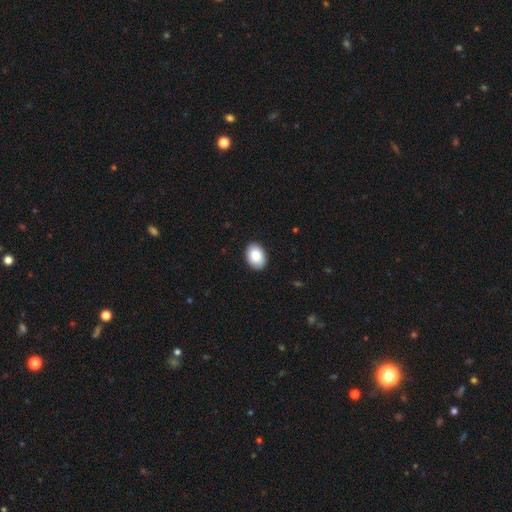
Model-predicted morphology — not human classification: Smooth or featured?
  - smooth: 86% *
  - featured or disk: 8%
  - star or artifact: 7%
How rounded?
  - in between: 82% *
  - round: 17%
  - cigar-shaped: 1%
Merging?
  - none: 90% *
  - minor disturbance: 8%
  - major disturbance: 2%
  - merger: 1%